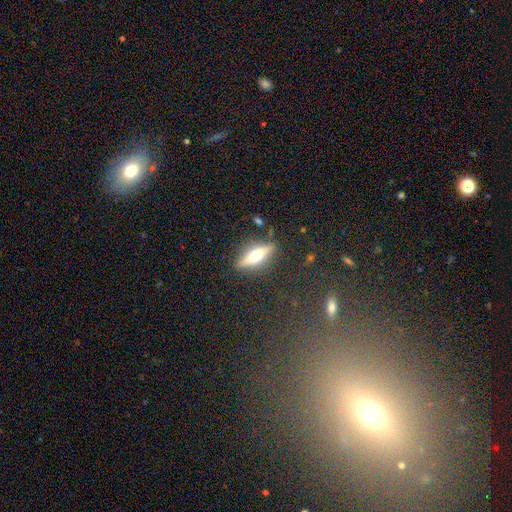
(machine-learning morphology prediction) Smooth or featured?
  - featured or disk: 56% *
  - smooth: 37%
  - star or artifact: 7%
Edge-on disk?
  - yes: 90% *
  - no: 10%
Edge-on bulge?
  - rounded: 95% *
  - boxy: 3%
  - none: 2%
Merging?
  - none: 85% *
  - minor disturbance: 10%
  - major disturbance: 3%
  - merger: 2%